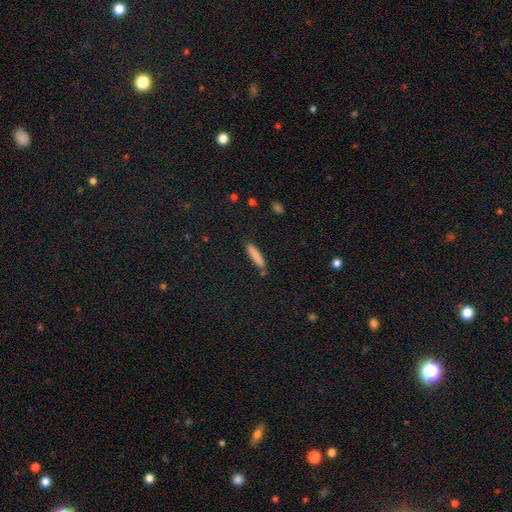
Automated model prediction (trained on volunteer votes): Smooth or featured: smooth — 83% (featured or disk — 9%)
How rounded: cigar-shaped — 87% (in between — 11%)
Merging: none — 82% (minor disturbance — 11%)